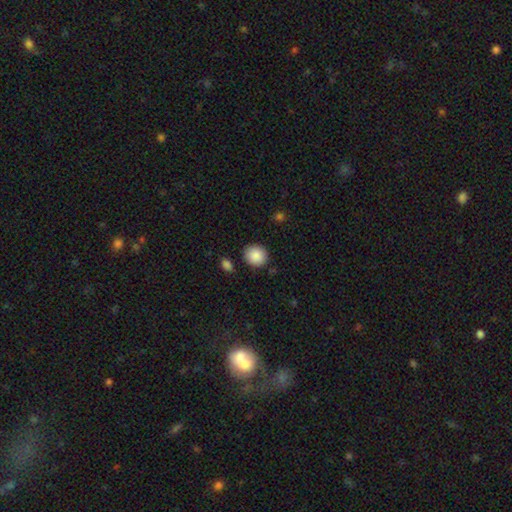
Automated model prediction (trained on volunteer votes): smooth-or-featured: smooth: 89% | star or artifact: 7% | featured or disk: 4%
  how-rounded: round: 85% | in between: 14% | cigar-shaped: 1%
  merging: none: 87% | minor disturbance: 8% | merger: 3% | major disturbance: 2%